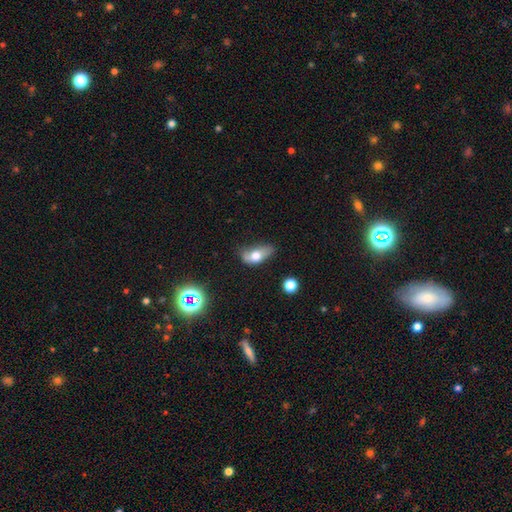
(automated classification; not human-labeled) Smooth or featured? smooth (66%)
How rounded? in between (84%)
Merging? minor disturbance (37%)